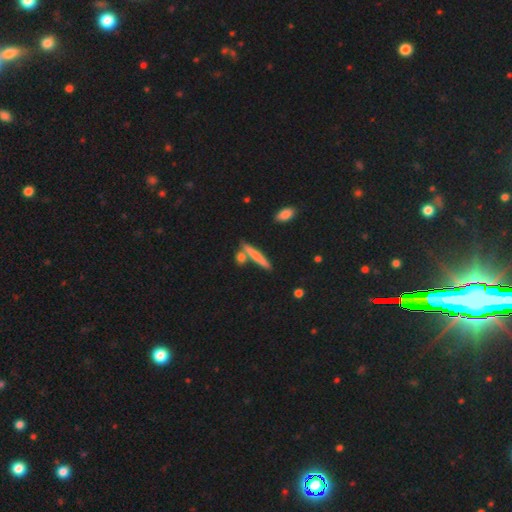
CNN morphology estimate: Q: Smooth or featured?
A: smooth (71%); runner-up: featured or disk (23%)
Q: How rounded?
A: cigar-shaped (89%); runner-up: in between (7%)
Q: Merging?
A: none (74%); runner-up: merger (14%)